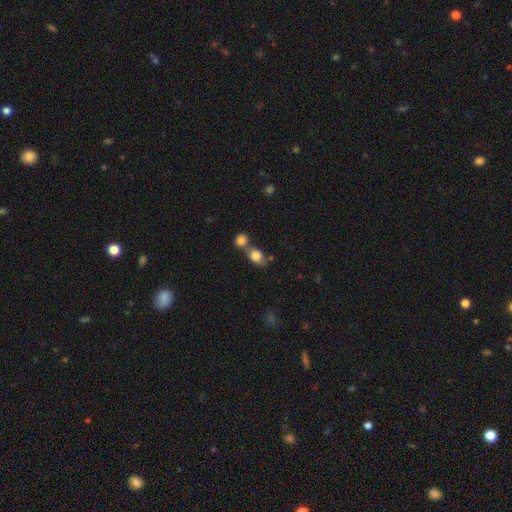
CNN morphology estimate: smooth 83%, featured or disk 9%, star or artifact 8%. Down the decision tree: how rounded — in between (66%); merging — merger (49%).